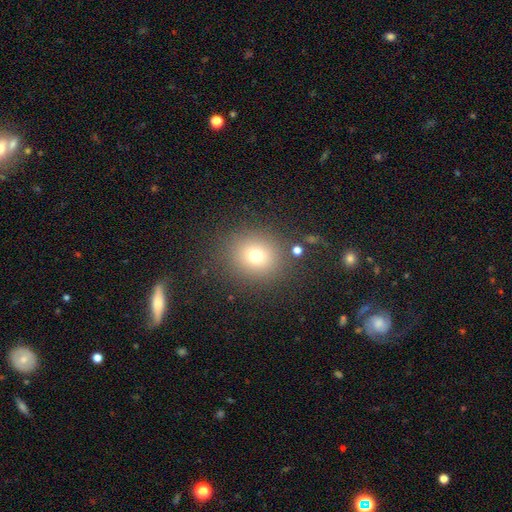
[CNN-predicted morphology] This appears to be a smooth galaxy with no disk features (72%) that is round (83%). Merging: none (84%).